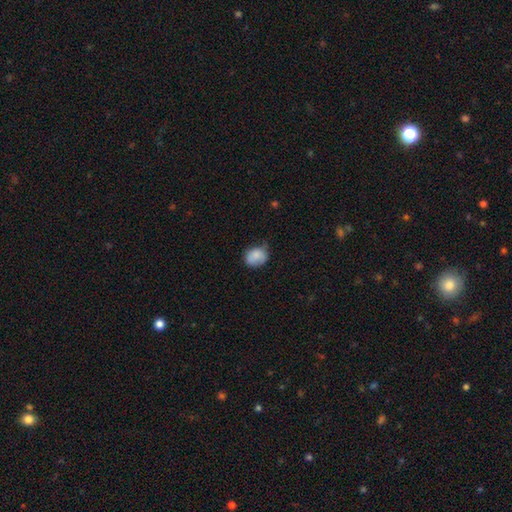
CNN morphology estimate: type=smooth (83%); roundness=round (56%); merging=none (49%).